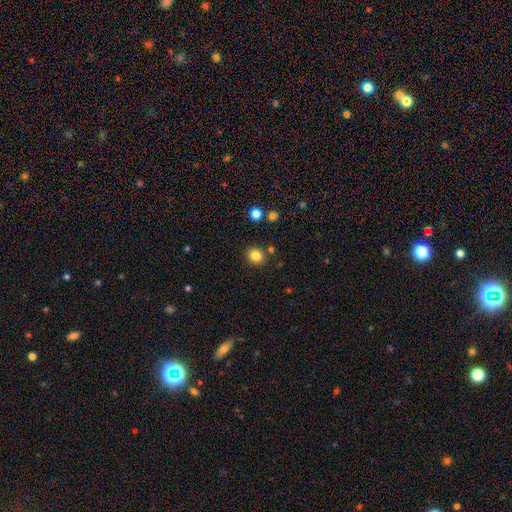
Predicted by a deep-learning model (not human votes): This is clearly a smooth galaxy (83%). How rounded: likely round (76%). Merging: clearly none (87%).